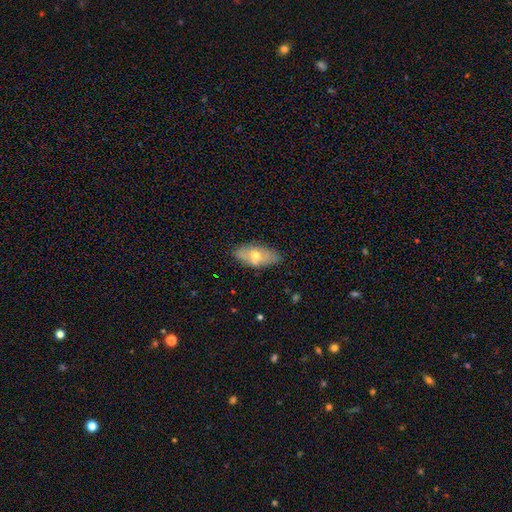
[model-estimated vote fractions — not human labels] Q: Smooth or featured?
A: smooth (56%); runner-up: featured or disk (35%)
Q: How rounded?
A: in between (85%); runner-up: cigar-shaped (10%)
Q: Merging?
A: none (75%); runner-up: minor disturbance (18%)